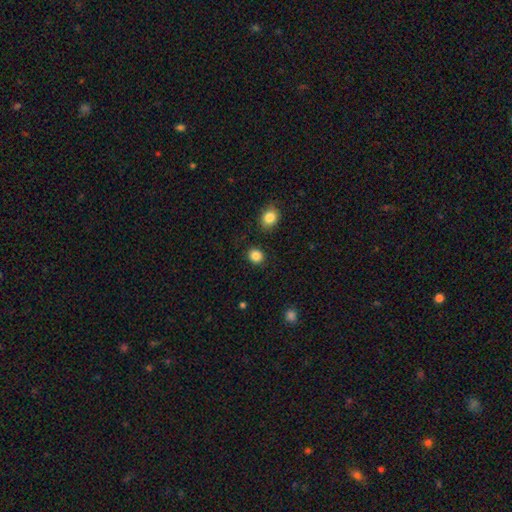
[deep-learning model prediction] Morphology: type=smooth (86%); roundness=round (78%); merging=none (89%).